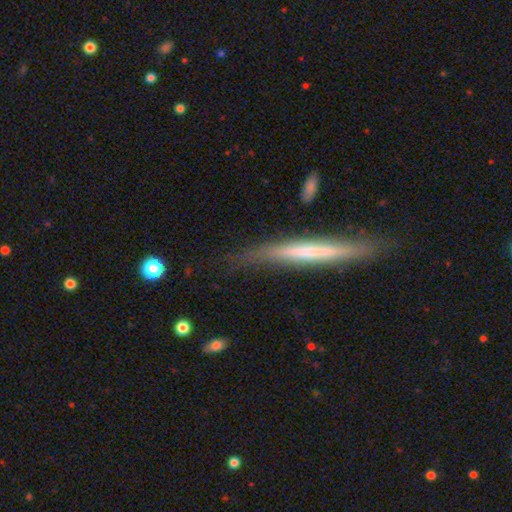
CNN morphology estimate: A featured or disk galaxy (51%) viewed edge-on (91%). Merging: none (77%).